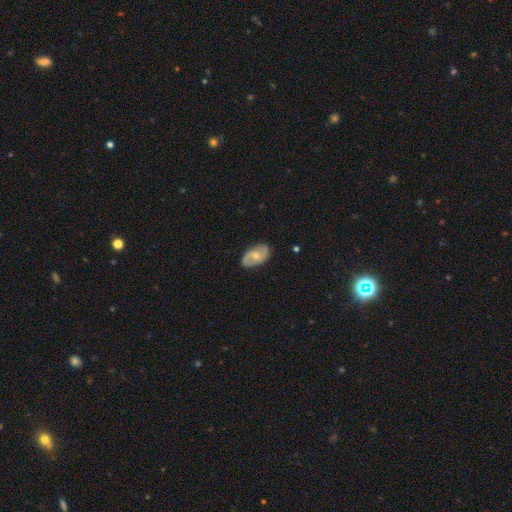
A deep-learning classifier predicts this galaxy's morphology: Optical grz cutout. It shows a featured or disk galaxy (62%) with no bar (63%), spiral arms (77%) and a moderate central bulge (60%). Merging: none (81%).